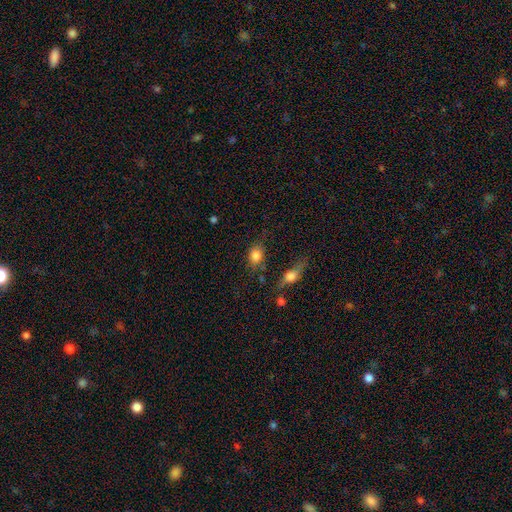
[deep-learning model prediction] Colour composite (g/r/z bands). It shows a smooth galaxy with no disk features (82%) that is in between round and cigar-shaped (58%). Merging: none (67%).